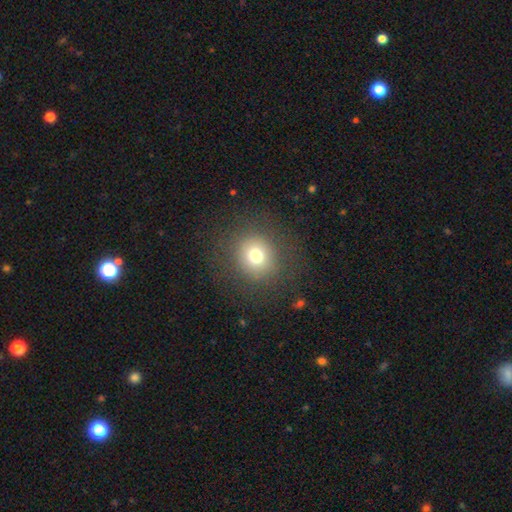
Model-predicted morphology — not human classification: A smooth galaxy with no disk features (75%) that is round (86%).

Vote fractions:
- Smooth or featured? smooth: 75% / star or artifact: 15% / featured or disk: 11%
- How rounded? round: 86% / in between: 13% / cigar-shaped: 1%
- Merging? none: 86% / minor disturbance: 8% / major disturbance: 6% / merger: 1%